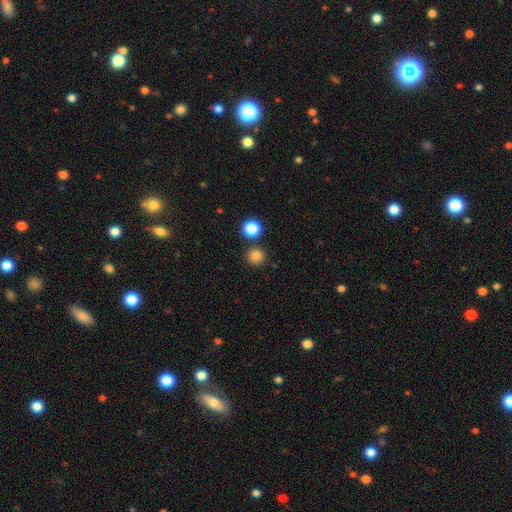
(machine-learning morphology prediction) Overall: smooth (82%). How rounded: round (94%). Merging: none (84%).